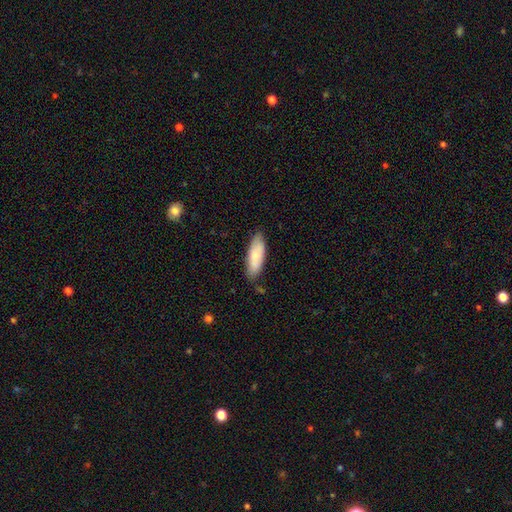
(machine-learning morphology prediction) Smooth or featured?
  - smooth: 78% *
  - featured or disk: 16%
  - star or artifact: 6%
How rounded?
  - in between: 60% *
  - cigar-shaped: 38%
  - round: 2%
Merging?
  - none: 80% *
  - minor disturbance: 16%
  - major disturbance: 3%
  - merger: 2%